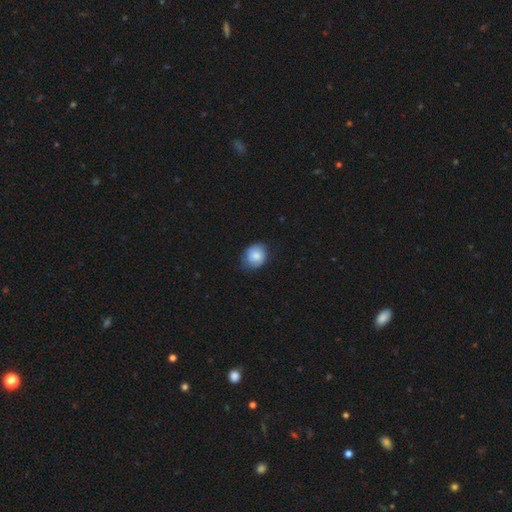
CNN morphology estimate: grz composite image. It shows a smooth galaxy with no disk features (81%) that is round (69%). Merging: none (74%).